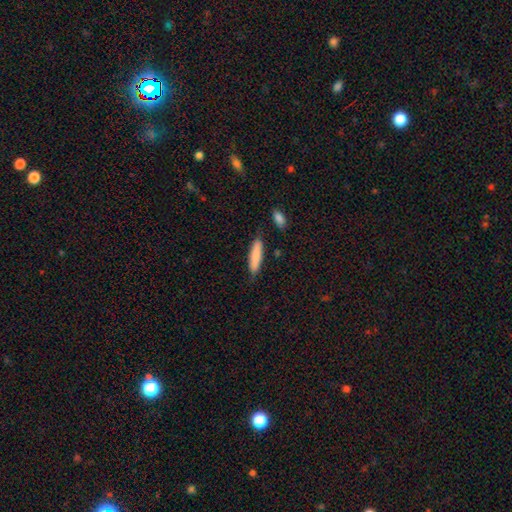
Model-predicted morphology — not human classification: A smooth galaxy with no disk features (83%) that is cigar-shaped (74%).

Vote fractions:
- Smooth or featured? smooth: 83% / featured or disk: 11% / star or artifact: 6%
- How rounded? cigar-shaped: 74% / in between: 24% / round: 1%
- Merging? none: 79% / minor disturbance: 15% / merger: 4% / major disturbance: 3%